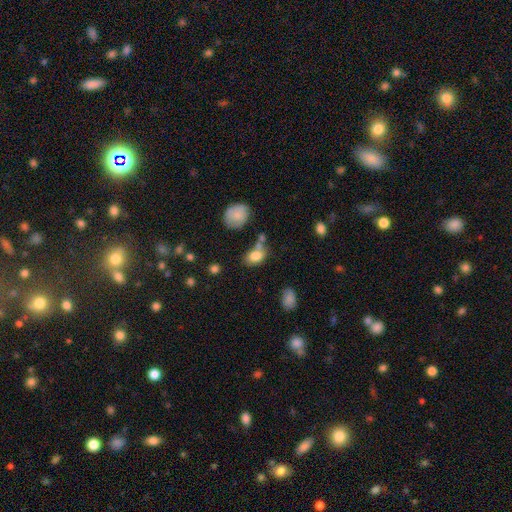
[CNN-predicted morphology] Smooth or featured: smooth — 80% (featured or disk — 10%)
How rounded: in between — 81% (round — 18%)
Merging: none — 50% (merger — 21%)